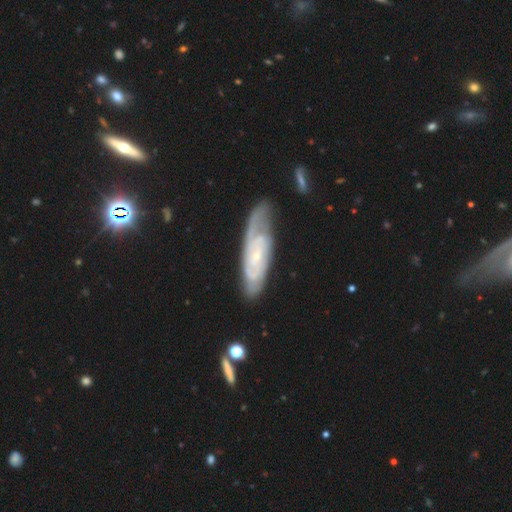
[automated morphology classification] smooth_or_featured: featured or disk (p=0.82) [alt: smooth p=0.12]
disk_edge_on: no (p=0.86) [alt: yes p=0.14]
bar: no (p=0.64) [alt: weak p=0.28]
has_spiral_arms: yes (p=0.94) [alt: no p=0.06]
spiral_winding: tight (p=0.62) [alt: medium p=0.30]
spiral_arm_count: 2 (p=0.40) [alt: can't tell p=0.36]
bulge_size: small (p=0.80) [alt: moderate p=0.14]
merging: none (p=0.69) [alt: minor disturbance p=0.21]